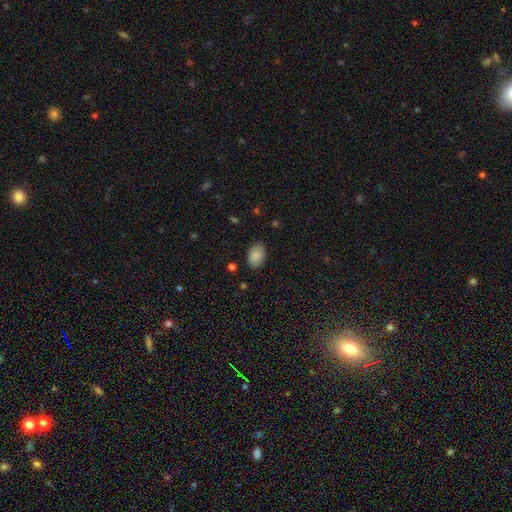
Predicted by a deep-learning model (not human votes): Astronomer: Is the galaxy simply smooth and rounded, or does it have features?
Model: smooth — 87%.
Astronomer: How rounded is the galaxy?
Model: in between — 85%.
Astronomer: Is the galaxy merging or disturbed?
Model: none — 86%.